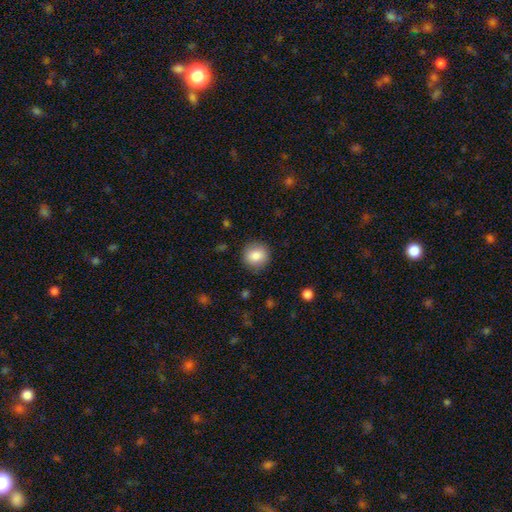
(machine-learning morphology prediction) Smooth or featured? smooth (85%)
How rounded? round (91%)
Merging? none (89%)